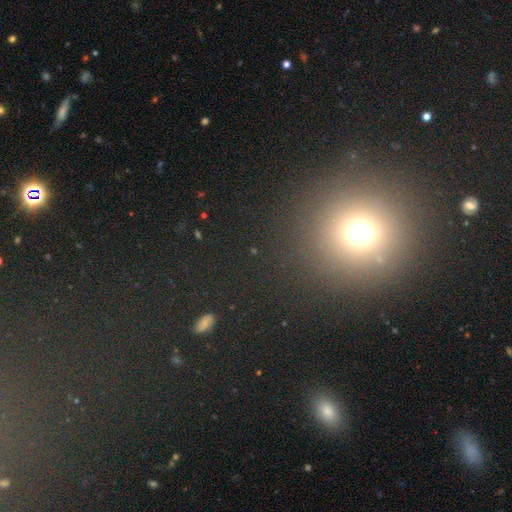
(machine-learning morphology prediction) The model was most divided on "smooth or featured": smooth: 60%, star or artifact: 32%, featured or disk: 8%. More confident: how rounded — round (90%); merging — none (89%).